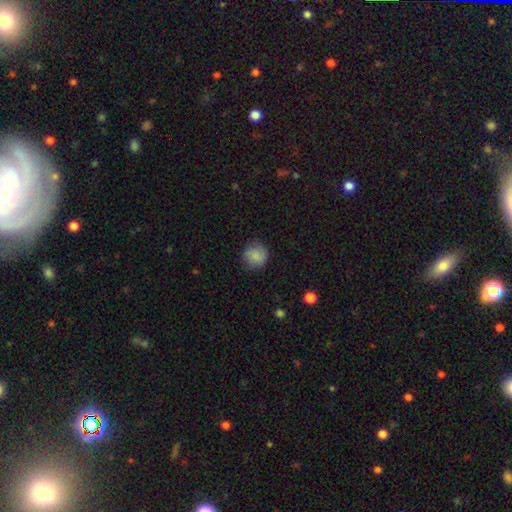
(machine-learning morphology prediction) This is clearly a smooth galaxy (83%). How rounded: clearly round (88%). Merging: likely none (79%).